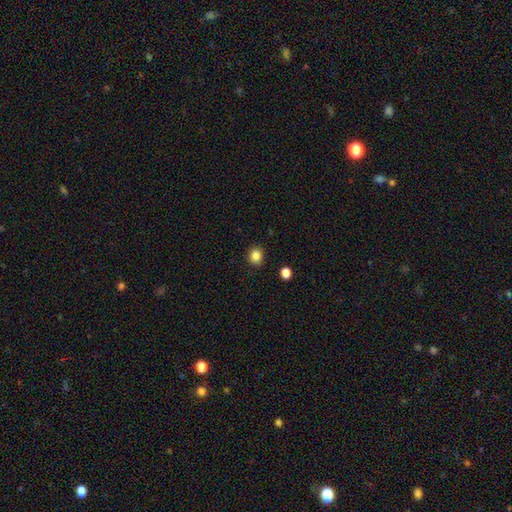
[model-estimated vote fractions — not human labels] Smooth or featured? Predicted: smooth (p=0.85). How rounded? Predicted: round (p=0.76). Merging? Predicted: none (p=0.90).